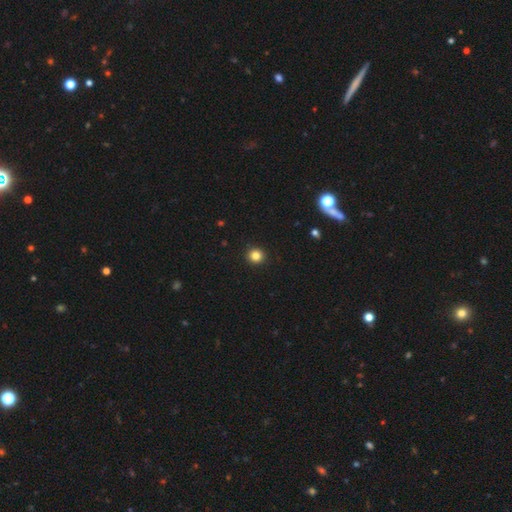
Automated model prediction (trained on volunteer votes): smooth-or-featured: smooth: 83% | star or artifact: 12% | featured or disk: 5%
  how-rounded: round: 94% | in between: 5% | cigar-shaped: 1%
  merging: none: 93% | minor disturbance: 4% | major disturbance: 1% | merger: 1%